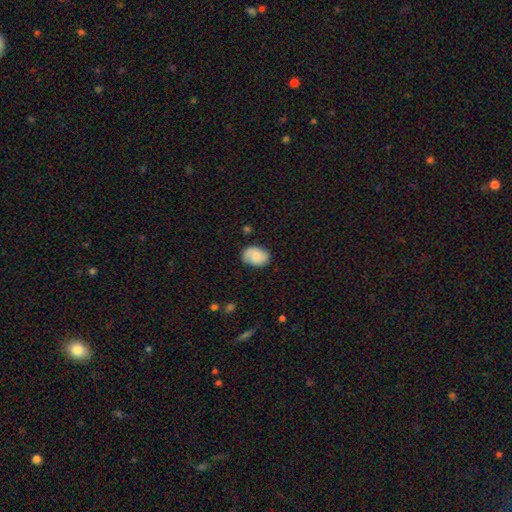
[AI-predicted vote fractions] This is possibly a smooth galaxy (55%). How rounded: likely in between (76%). Merging: likely none (71%).